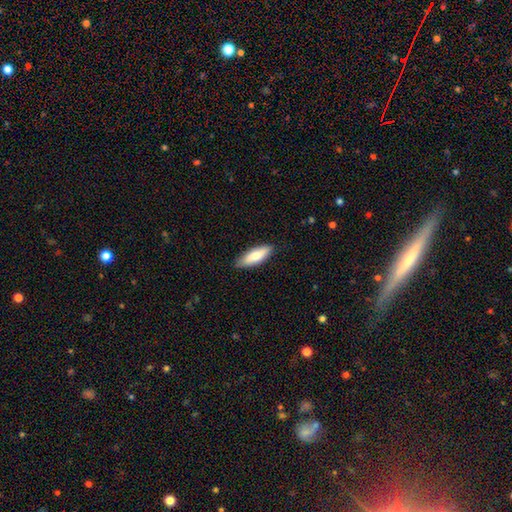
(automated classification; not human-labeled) The model was most divided on "how rounded": in between: 61%, cigar-shaped: 37%, round: 2%. More confident: merging — none (84%); smooth or featured — smooth (75%).